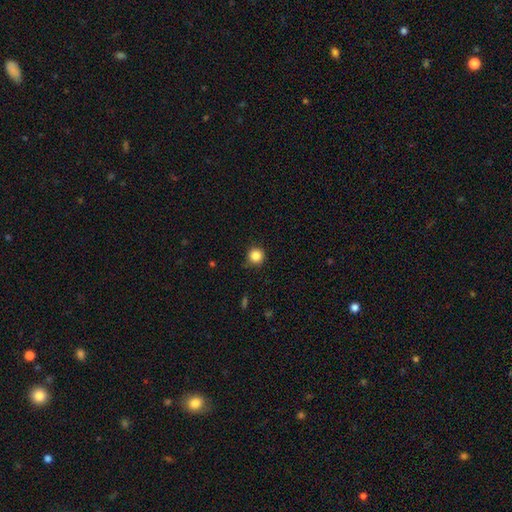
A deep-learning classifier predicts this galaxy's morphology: Smooth or featured? smooth (85%)
How rounded? round (95%)
Merging? none (85%)